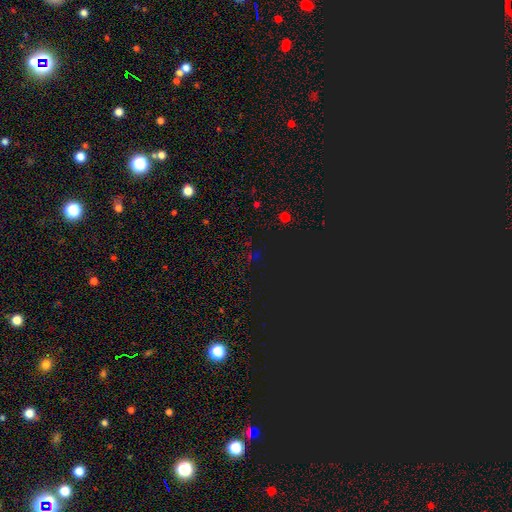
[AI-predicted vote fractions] A star or artifact, not a galaxy (74%).